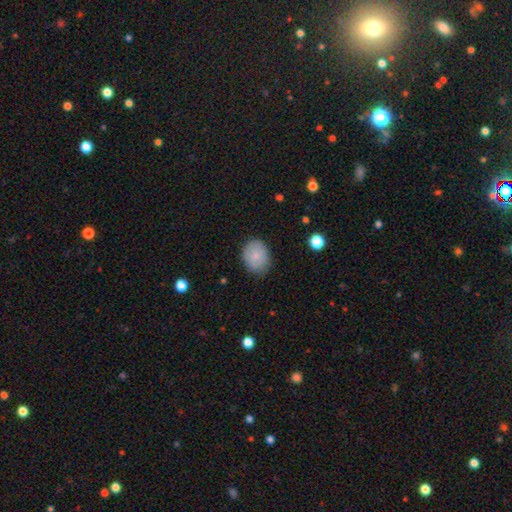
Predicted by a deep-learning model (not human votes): Morphology: type=smooth (82%); roundness=in between (59%); merging=none (77%).